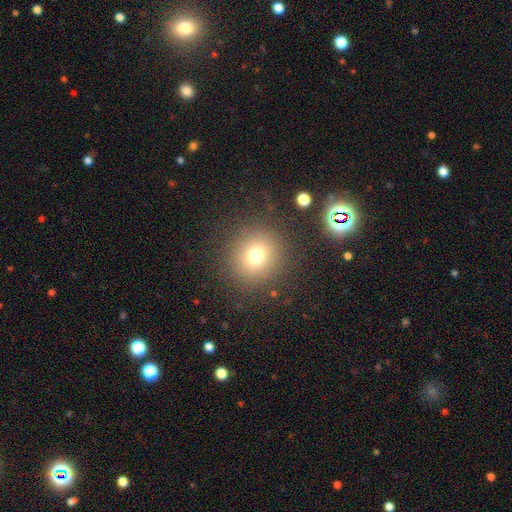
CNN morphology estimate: A smooth galaxy with no disk features (73%) that is round (91%). Merging: none (86%).